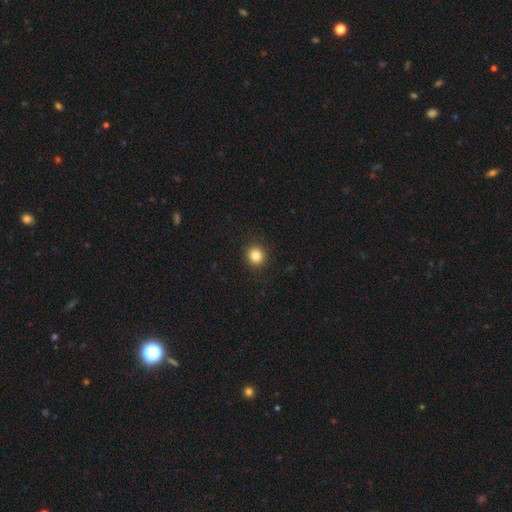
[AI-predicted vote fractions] A smooth galaxy with no disk features (84%) that is round (89%).

Vote fractions:
- Smooth or featured? smooth: 84% / star or artifact: 11% / featured or disk: 5%
- How rounded? round: 89% / in between: 10% / cigar-shaped: 1%
- Merging? none: 92% / minor disturbance: 5% / major disturbance: 2% / merger: 1%